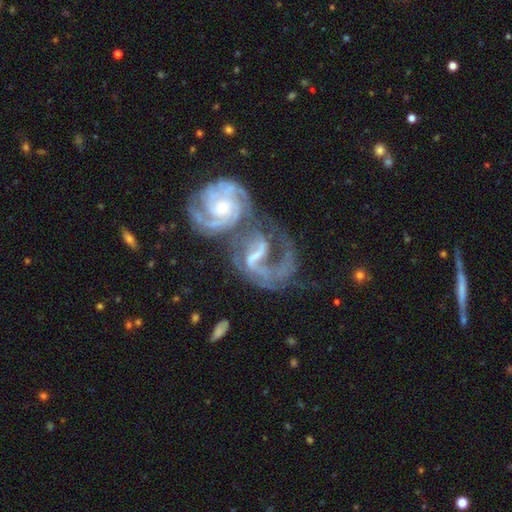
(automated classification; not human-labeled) The model was most divided on "bar": weak: 36%, strong: 33%, no: 30%. Remaining: edge-on disk — no (98%); spiral arms — yes (94%); smooth or featured — featured or disk (88%); merging — merger (68%); spiral arm count — 2 (54%); bulge size — small (51%); spiral winding — medium (44%).